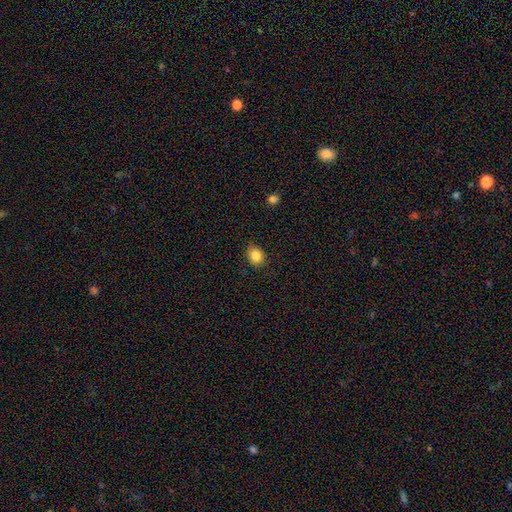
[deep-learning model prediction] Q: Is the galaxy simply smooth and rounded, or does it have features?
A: smooth — 84%.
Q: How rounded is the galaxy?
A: round — 58%.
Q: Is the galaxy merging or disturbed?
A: none — 85%.